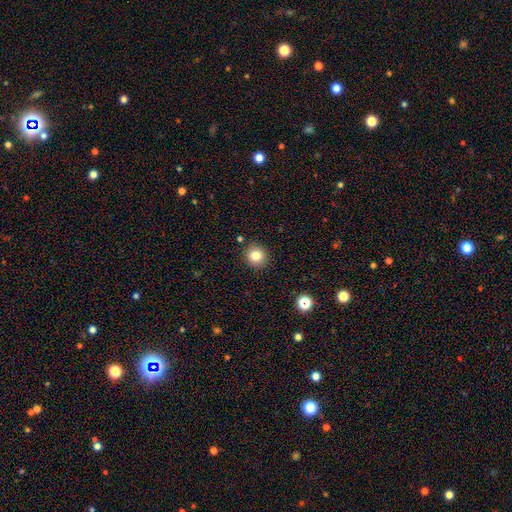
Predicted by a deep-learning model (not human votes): The model was most divided on "smooth or featured": smooth: 81%, star or artifact: 11%, featured or disk: 7%. More confident: merging — none (90%); how rounded — round (89%).